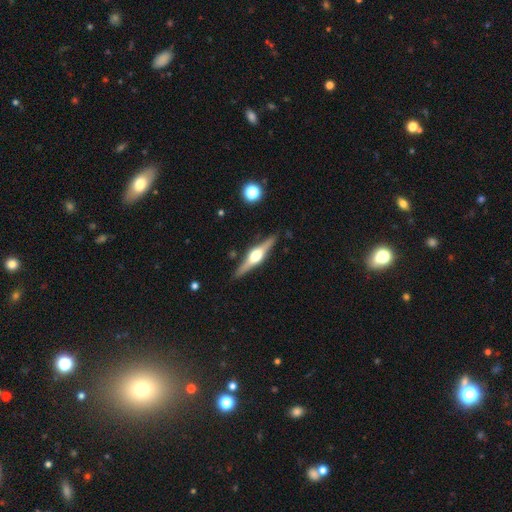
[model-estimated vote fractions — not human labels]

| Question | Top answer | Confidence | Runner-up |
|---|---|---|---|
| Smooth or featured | featured or disk | 80% | smooth (15%) |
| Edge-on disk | yes | 98% | no (2%) |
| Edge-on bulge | rounded | 93% | boxy (5%) |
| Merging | none | 89% | minor disturbance (8%) |